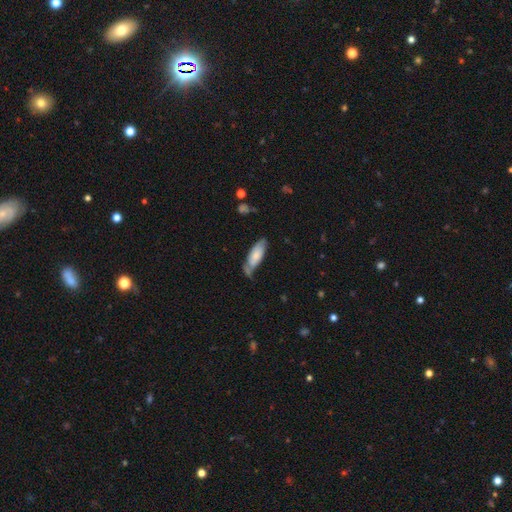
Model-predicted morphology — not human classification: This appears to be a smooth galaxy with no disk features (66%) that is in between round and cigar-shaped (67%). Merging: none (50%).